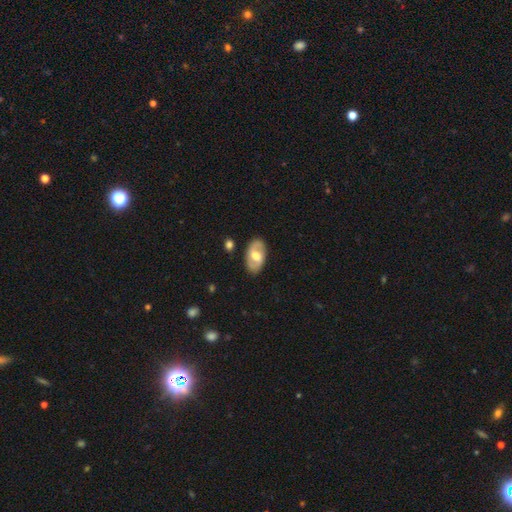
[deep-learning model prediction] Smooth or featured? featured or disk (60%)
Edge-on disk? no (92%)
Bar? weak (44%)
Spiral arms? yes (67%)
Bulge size? moderate (68%)
Merging? none (84%)